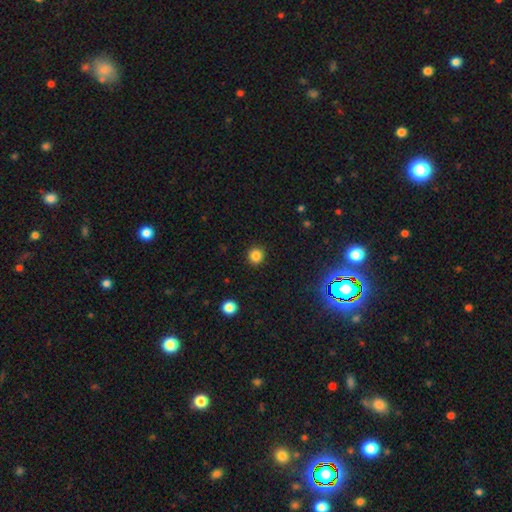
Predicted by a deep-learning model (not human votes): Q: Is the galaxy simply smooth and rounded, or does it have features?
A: smooth — 83%.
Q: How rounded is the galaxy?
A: round — 94%.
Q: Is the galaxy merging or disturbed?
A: none — 92%.